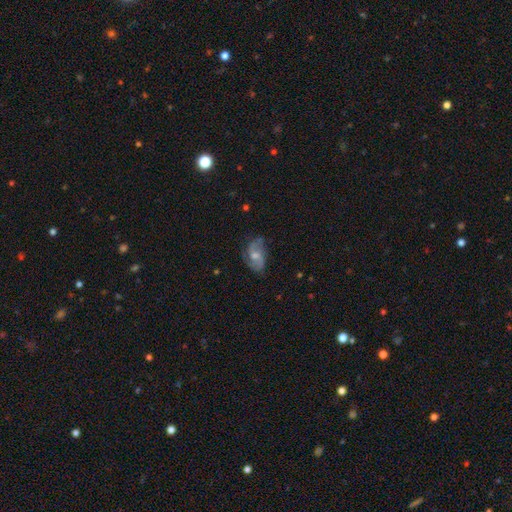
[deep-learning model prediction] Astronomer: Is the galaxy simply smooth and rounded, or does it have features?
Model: featured or disk — 64%.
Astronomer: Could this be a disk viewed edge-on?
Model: no — 96%.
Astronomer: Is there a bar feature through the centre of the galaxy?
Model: no — 57% (runner-up: weak, 37%).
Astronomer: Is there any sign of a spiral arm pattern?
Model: yes — 85%.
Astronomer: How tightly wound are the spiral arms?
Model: medium — 44% (runner-up: loose, 39%).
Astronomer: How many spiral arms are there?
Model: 2 — 70%.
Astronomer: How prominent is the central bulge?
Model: moderate — 51% (runner-up: small, 33%).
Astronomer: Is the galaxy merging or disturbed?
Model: none — 56%.